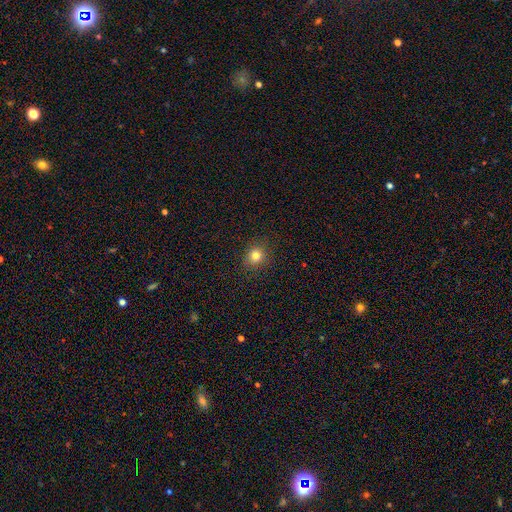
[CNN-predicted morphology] A smooth galaxy with no disk features (80%) that is round (81%). Merging: none (89%).